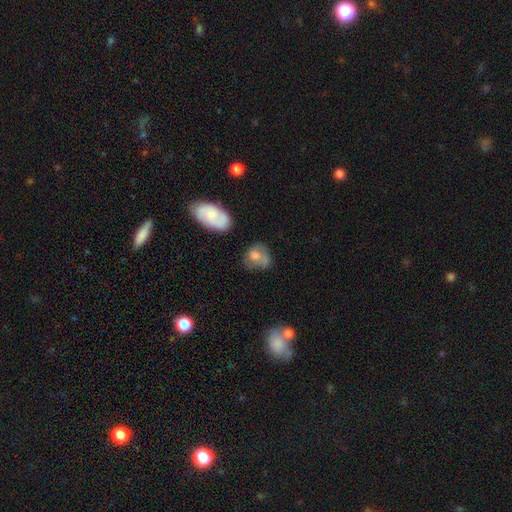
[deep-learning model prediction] This is likely a smooth galaxy (64%). How rounded: possibly round (56%). Merging: possibly none (50%).